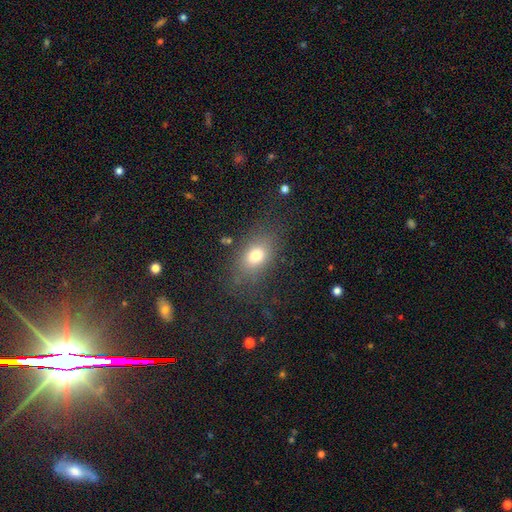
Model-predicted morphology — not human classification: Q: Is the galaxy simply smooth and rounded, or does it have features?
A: smooth — 74%.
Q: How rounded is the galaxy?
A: in between — 75%.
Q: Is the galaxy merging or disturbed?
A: none — 73%.